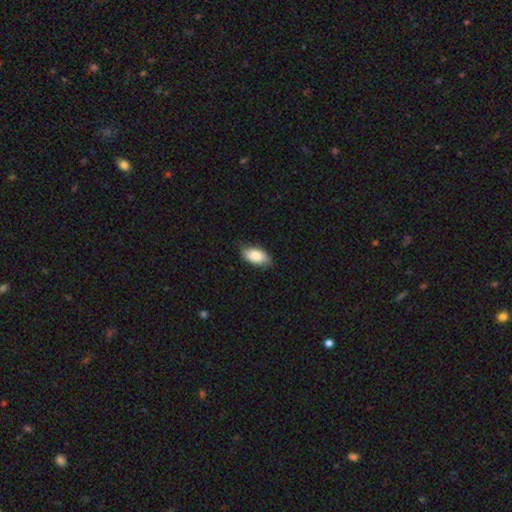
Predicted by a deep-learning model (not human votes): This is clearly a smooth galaxy (84%). How rounded: clearly in between (93%). Merging: likely none (78%).